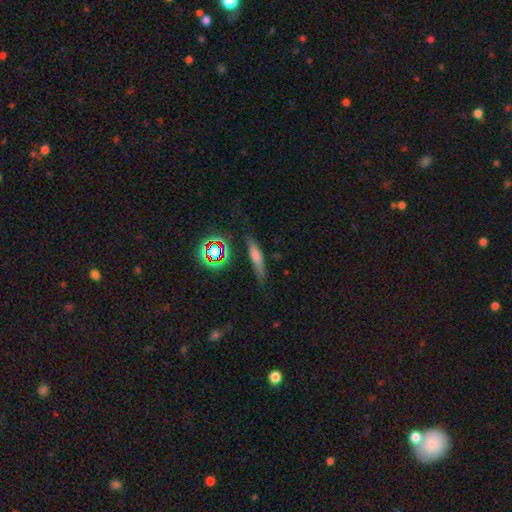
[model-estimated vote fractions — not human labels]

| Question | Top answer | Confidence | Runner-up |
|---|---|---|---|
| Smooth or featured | smooth | 46% | featured or disk (35%) |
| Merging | none | 76% | minor disturbance (16%) |